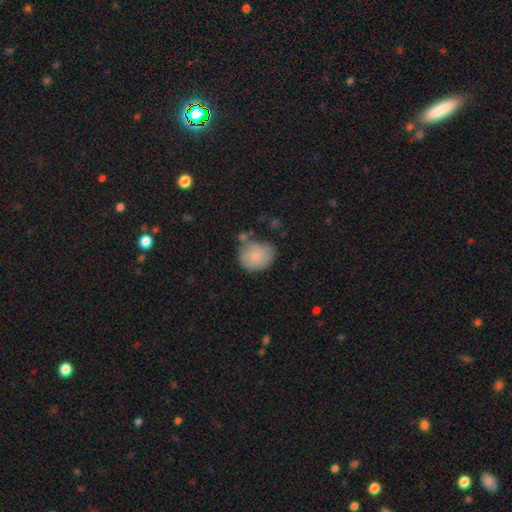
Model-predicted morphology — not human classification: Smooth or featured? Predicted: smooth (p=0.75). How rounded? Predicted: round (p=0.66). Merging? Predicted: none (p=0.55).